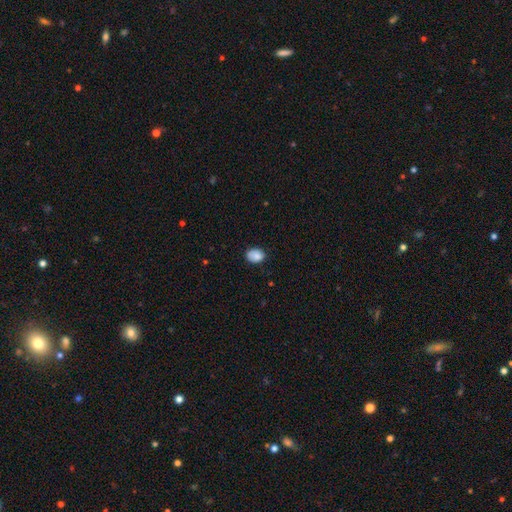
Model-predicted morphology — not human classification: type=smooth (86%); roundness=in between (63%); merging=none (76%).